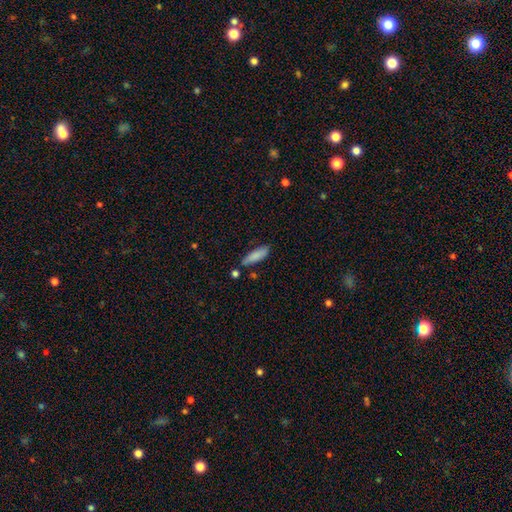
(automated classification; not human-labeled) Smooth or featured?
  - smooth: 84% *
  - featured or disk: 10%
  - star or artifact: 6%
How rounded?
  - cigar-shaped: 51% *
  - in between: 47%
  - round: 2%
Merging?
  - none: 71% *
  - minor disturbance: 18%
  - merger: 7%
  - major disturbance: 4%